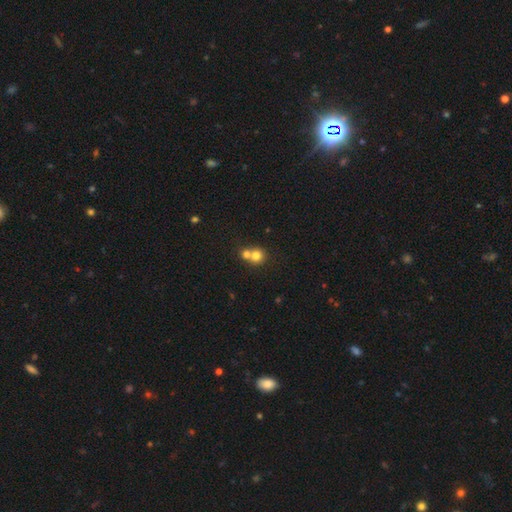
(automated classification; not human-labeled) smooth-or-featured: smooth: 75% | featured or disk: 13% | star or artifact: 12%
  how-rounded: round: 84% | in between: 15% | cigar-shaped: 1%
  merging: merger: 56% | none: 37% | minor disturbance: 5% | major disturbance: 2%